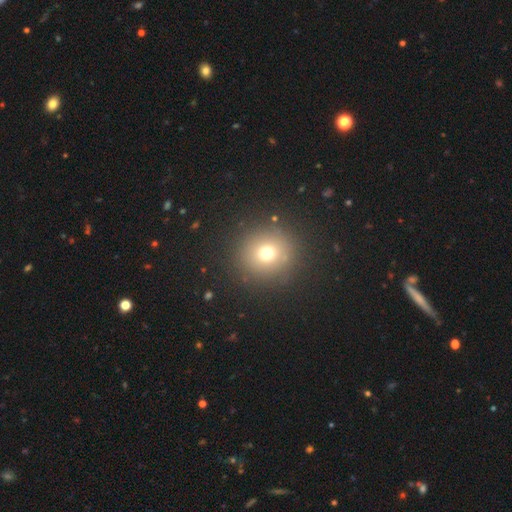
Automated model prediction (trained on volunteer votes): This is likely a smooth galaxy (64%). How rounded: clearly round (92%). Merging: clearly none (92%).